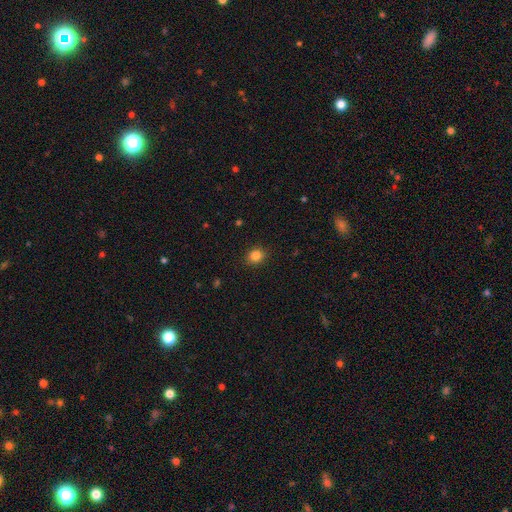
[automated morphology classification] Smooth or featured? smooth (84%)
How rounded? round (78%)
Merging? none (90%)